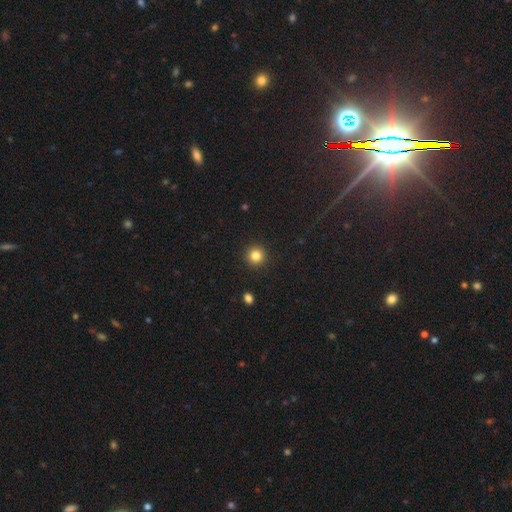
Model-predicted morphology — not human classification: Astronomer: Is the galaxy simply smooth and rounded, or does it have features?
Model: smooth — 83%.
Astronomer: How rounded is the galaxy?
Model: round — 95%.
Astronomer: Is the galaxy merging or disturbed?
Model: none — 93%.